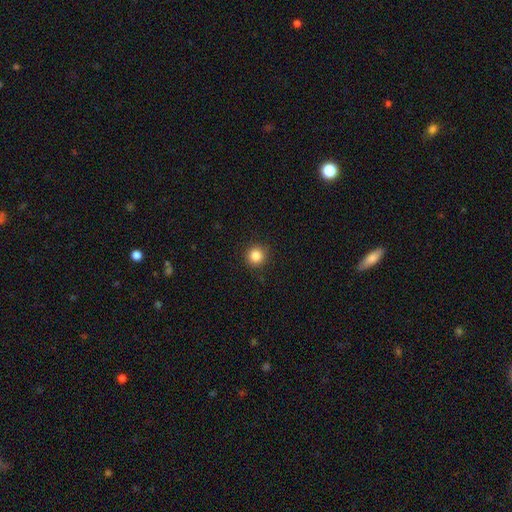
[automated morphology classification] smooth-or-featured: smooth: 85% | star or artifact: 11% | featured or disk: 4%
  how-rounded: round: 94% | in between: 5% | cigar-shaped: 1%
  merging: none: 91% | minor disturbance: 6% | major disturbance: 2% | merger: 1%